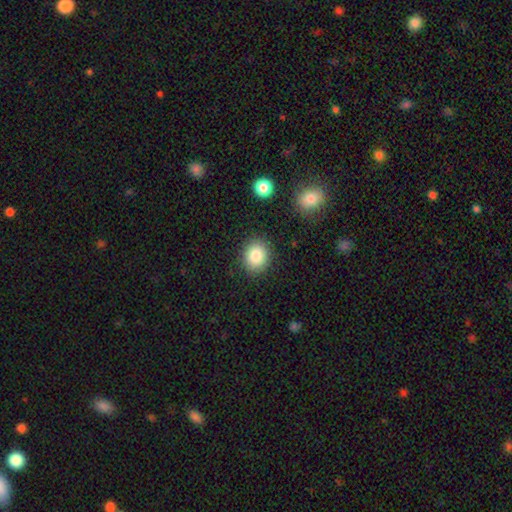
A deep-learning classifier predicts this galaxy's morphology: A smooth galaxy with no disk features (85%) that is round (67%).

Vote fractions:
- Smooth or featured? smooth: 85% / star or artifact: 9% / featured or disk: 6%
- How rounded? round: 67% / in between: 32% / cigar-shaped: 1%
- Merging? none: 87% / minor disturbance: 8% / major disturbance: 3% / merger: 2%